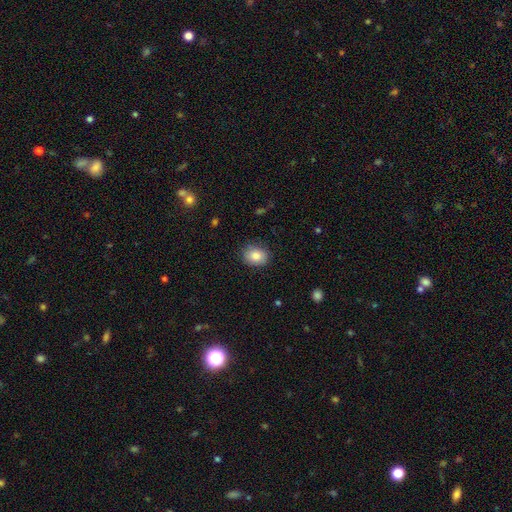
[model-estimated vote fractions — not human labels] The model was most divided on "how rounded": in between: 50%, round: 49%, cigar-shaped: 1%. More confident: smooth or featured — smooth (86%); merging — none (85%).